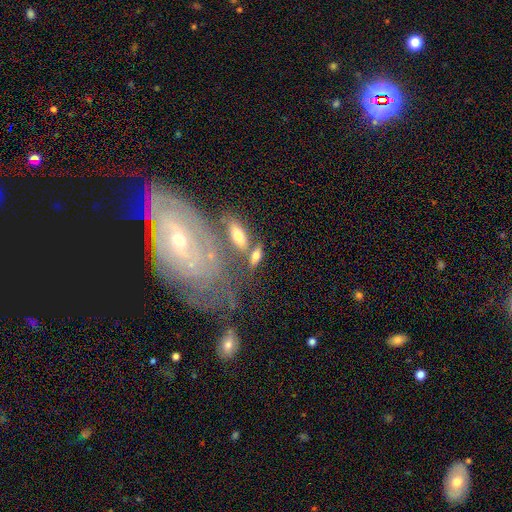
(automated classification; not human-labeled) smooth_or_featured: smooth (p=0.67) [alt: featured or disk p=0.25]
how_rounded: in between (p=0.71) [alt: cigar-shaped p=0.24]
merging: none (p=0.57) [alt: merger p=0.20]